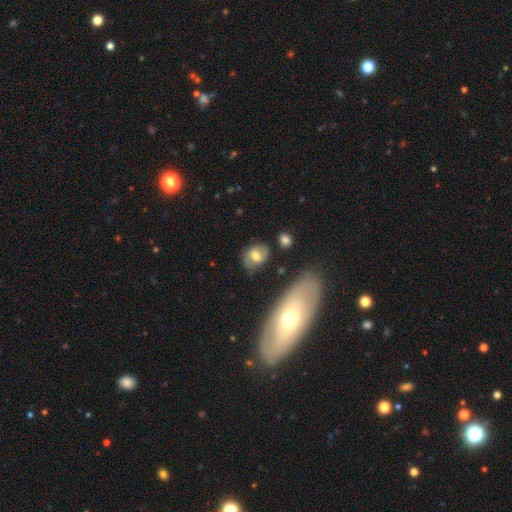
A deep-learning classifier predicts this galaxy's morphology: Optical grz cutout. It shows a smooth galaxy with no disk features (58%) that is in between round and cigar-shaped (56%). Merging: none (70%).